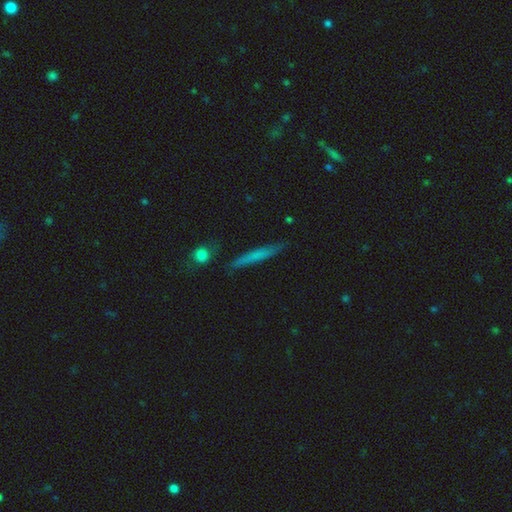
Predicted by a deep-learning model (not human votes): A smooth galaxy with no disk features (59%) that is cigar-shaped (93%).

Vote fractions:
- Smooth or featured? smooth: 59% / featured or disk: 33% / star or artifact: 8%
- How rounded? cigar-shaped: 93% / in between: 4% / round: 3%
- Merging? none: 83% / minor disturbance: 11% / merger: 3% / major disturbance: 3%